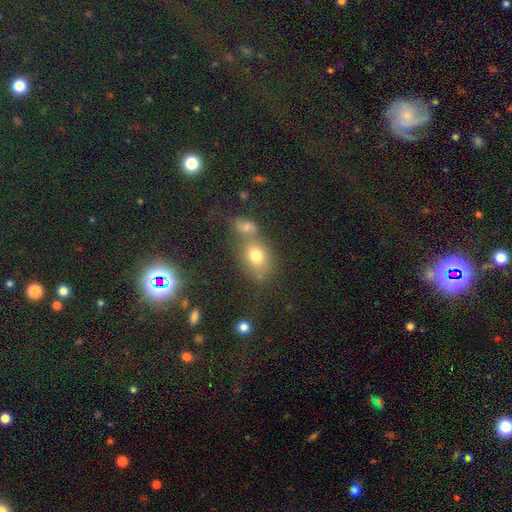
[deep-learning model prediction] Q: Smooth or featured?
A: smooth (73%); runner-up: star or artifact (14%)
Q: How rounded?
A: in between (59%); runner-up: round (40%)
Q: Merging?
A: none (44%); runner-up: merger (38%)